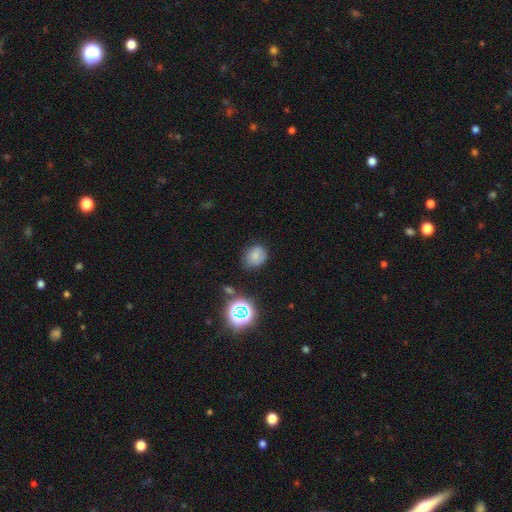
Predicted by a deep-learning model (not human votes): A smooth galaxy with no disk features (73%) that is in between round and cigar-shaped (50%). Merging: none (71%).